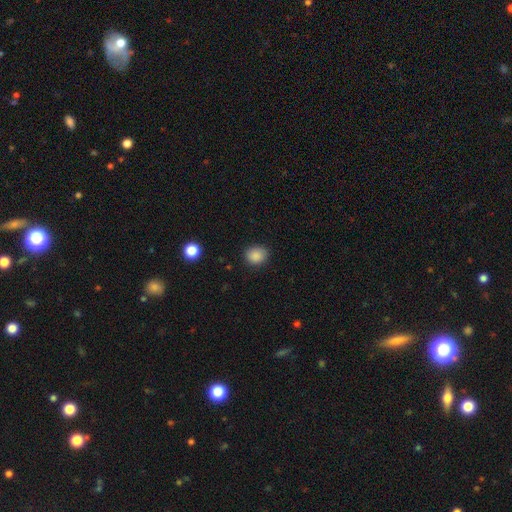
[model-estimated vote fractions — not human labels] Overall: smooth (87%). How rounded: round (65%; in between 35%). Merging: none (84%).